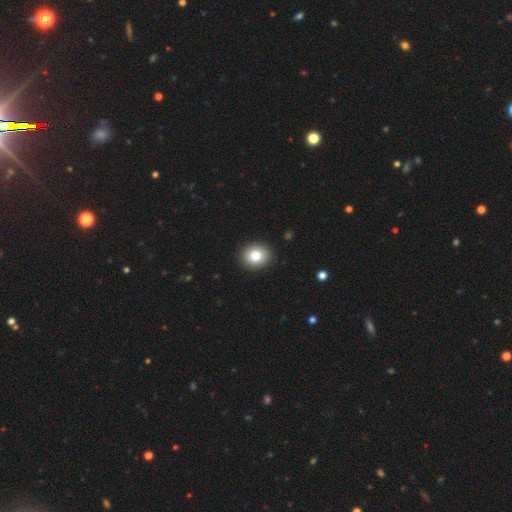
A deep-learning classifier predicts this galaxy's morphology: smooth 82%, star or artifact 9%, featured or disk 9%. Down the decision tree: how rounded — round (78%); merging — none (92%).